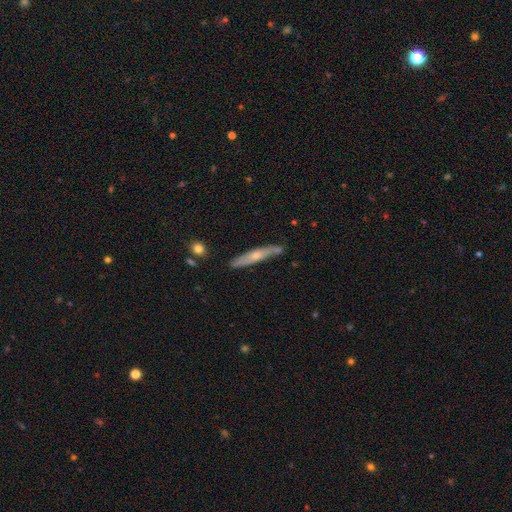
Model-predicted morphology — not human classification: type=featured or disk (53%); edge-on=yes (86%); merging=none (80%).